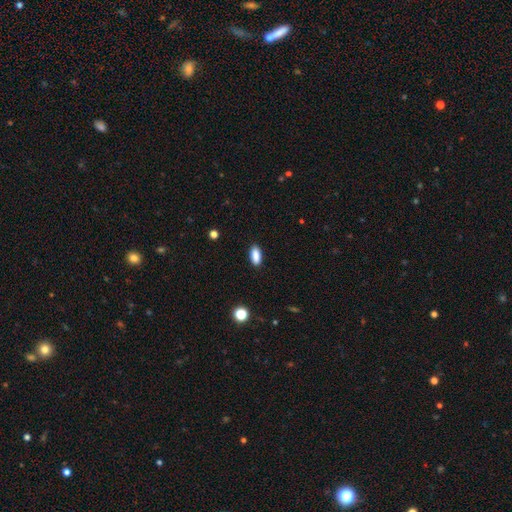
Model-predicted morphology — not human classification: This appears to be a smooth galaxy with no disk features (88%) that is in between round and cigar-shaped (84%). Merging: none (89%).